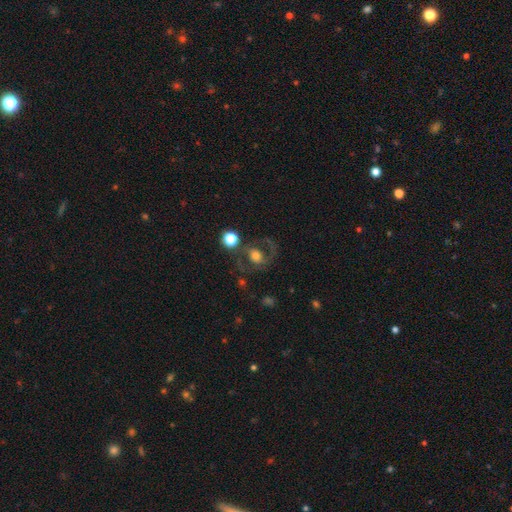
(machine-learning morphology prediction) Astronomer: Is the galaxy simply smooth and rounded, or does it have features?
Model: featured or disk — 54% (runner-up: smooth, 36%).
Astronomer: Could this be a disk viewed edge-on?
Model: no — 96%.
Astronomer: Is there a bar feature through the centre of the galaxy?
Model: no — 63%.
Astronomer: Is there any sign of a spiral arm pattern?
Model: yes — 67%.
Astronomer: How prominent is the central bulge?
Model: moderate — 58%.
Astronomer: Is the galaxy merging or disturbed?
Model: none — 58%.